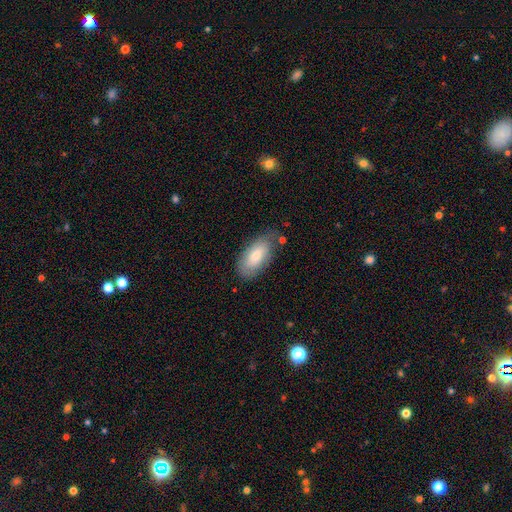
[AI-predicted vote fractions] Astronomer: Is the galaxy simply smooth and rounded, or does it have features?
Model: smooth — 75%.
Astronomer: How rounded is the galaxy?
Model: in between — 92%.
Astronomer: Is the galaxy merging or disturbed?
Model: none — 70%.